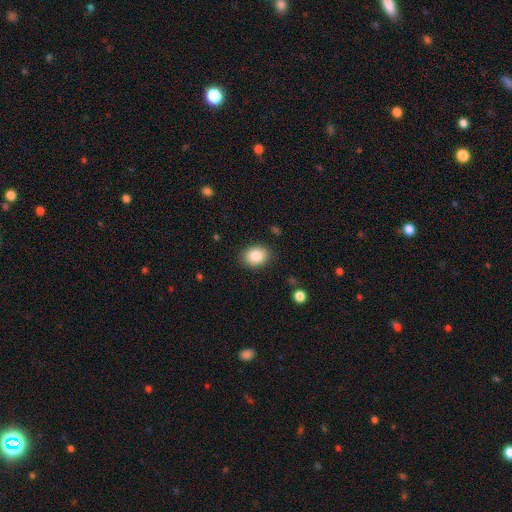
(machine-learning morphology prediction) Smooth or featured: smooth — 87% (star or artifact — 8%)
How rounded: in between — 60% (round — 39%)
Merging: none — 86% (minor disturbance — 10%)